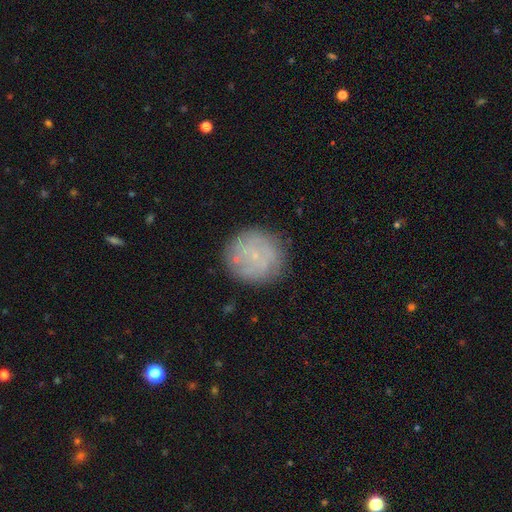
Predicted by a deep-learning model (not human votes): Q: Smooth or featured?
A: smooth (46%); runner-up: featured or disk (44%)
Q: Merging?
A: none (81%); runner-up: minor disturbance (13%)